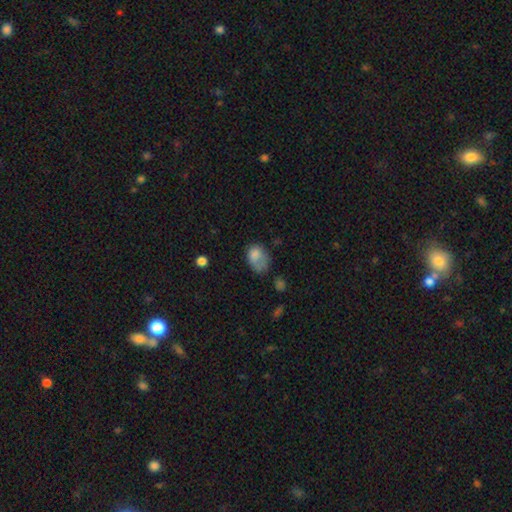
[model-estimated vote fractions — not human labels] Overall: smooth (76%). How rounded: in between (72%). Merging: minor disturbance (33%; none 31%).